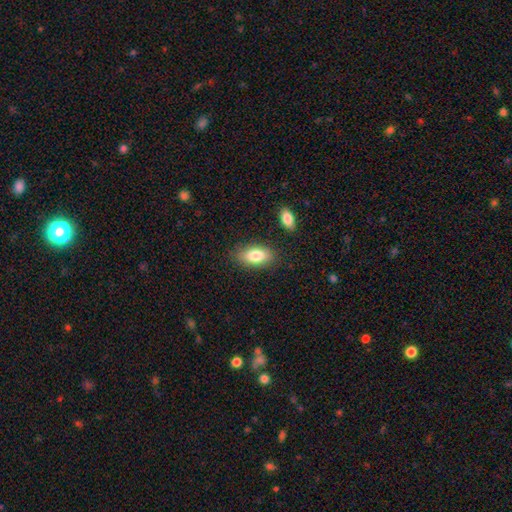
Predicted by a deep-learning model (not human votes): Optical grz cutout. It shows a smooth galaxy with no disk features (82%) that is in between round and cigar-shaped (90%). Merging: none (84%).